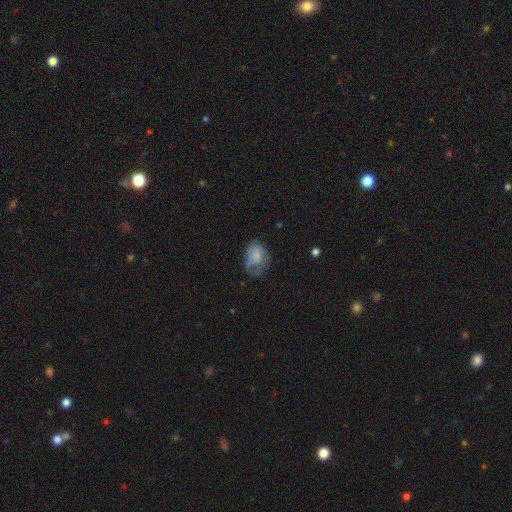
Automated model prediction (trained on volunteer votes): Overall: smooth (67%). How rounded: in between (75%). Merging: none (42%; minor disturbance 32%).